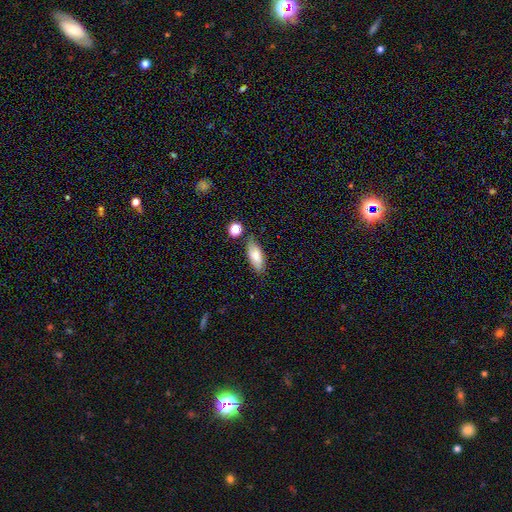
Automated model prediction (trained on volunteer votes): This is likely a smooth galaxy (76%). How rounded: clearly in between (80%). Merging: likely none (71%).